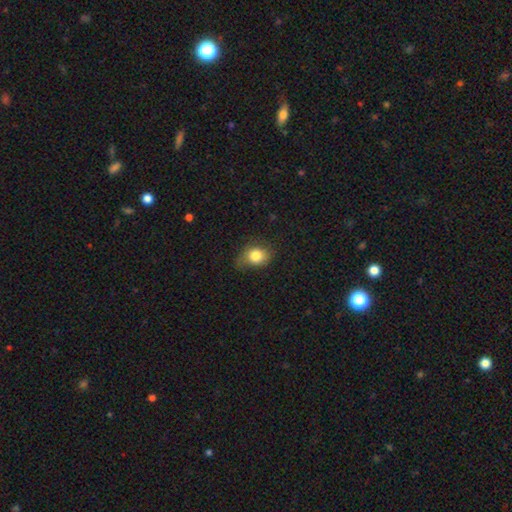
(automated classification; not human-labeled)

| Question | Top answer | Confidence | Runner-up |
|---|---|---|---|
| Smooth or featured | smooth | 80% | featured or disk (10%) |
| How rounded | round | 51% | in between (48%) |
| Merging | none | 59% | minor disturbance (30%) |